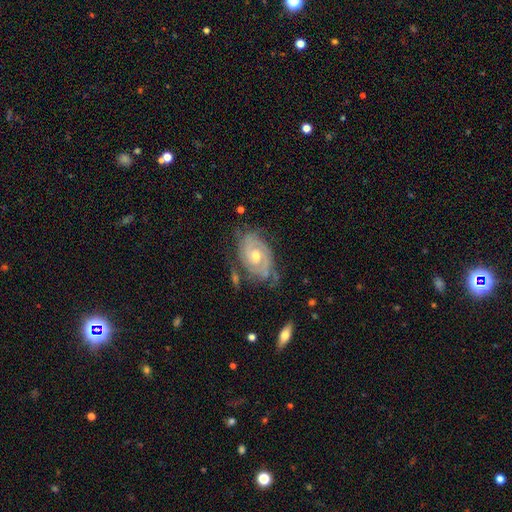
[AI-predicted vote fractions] A featured or disk galaxy (85%) with no bar (70%), 2 (48%) tight (71%) spiral arms (93%) and a moderate central bulge (68%). Merging: none (62%).